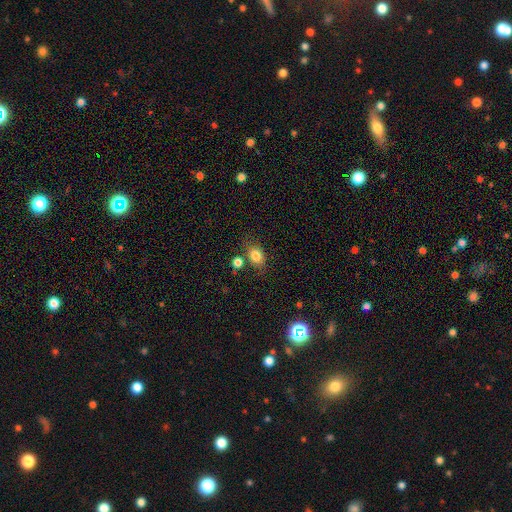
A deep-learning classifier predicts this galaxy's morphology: Q: Smooth or featured?
A: smooth (82%); runner-up: star or artifact (10%)
Q: How rounded?
A: in between (60%); runner-up: round (38%)
Q: Merging?
A: none (69%); runner-up: minor disturbance (15%)